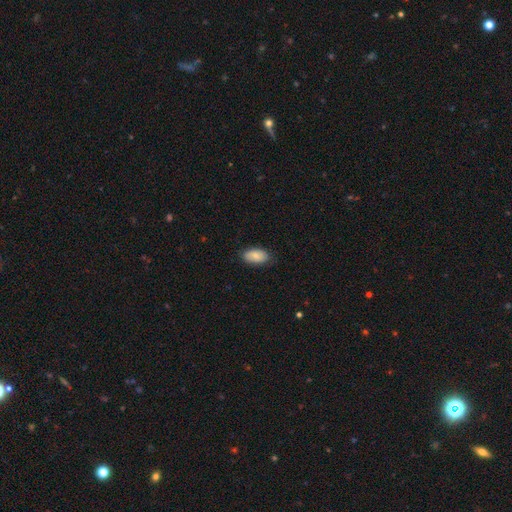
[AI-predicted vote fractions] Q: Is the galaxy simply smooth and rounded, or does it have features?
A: smooth — 80%.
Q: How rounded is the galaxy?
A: in between — 94%.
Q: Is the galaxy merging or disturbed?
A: none — 79%.